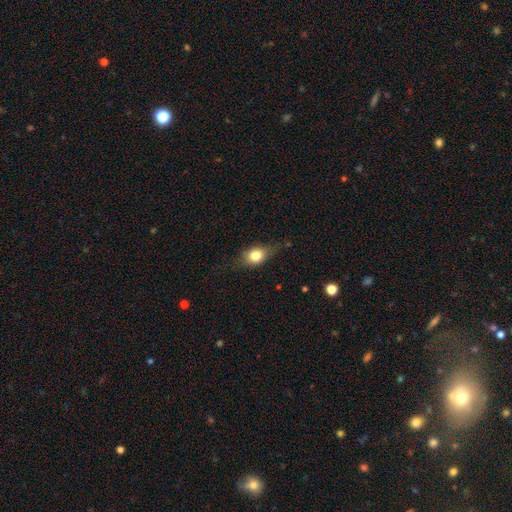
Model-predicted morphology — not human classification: smooth 75%, featured or disk 16%, star or artifact 9%. Down the decision tree: how rounded — in between (58%); merging — none (62%).